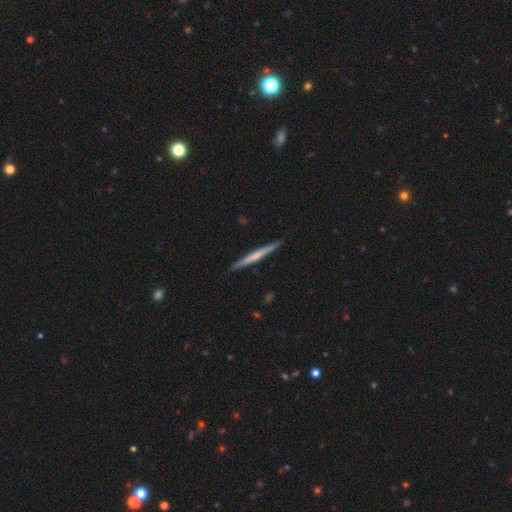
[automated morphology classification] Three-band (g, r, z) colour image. It shows a featured or disk galaxy (49%). Merging: none (91%).